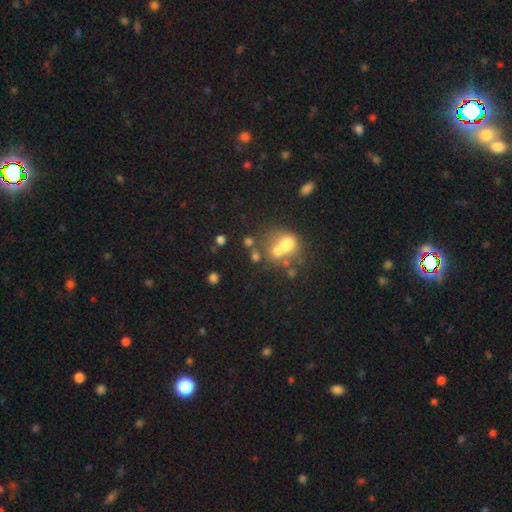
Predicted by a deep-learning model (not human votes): Smooth or featured?
  - smooth: 48% *
  - featured or disk: 31%
  - star or artifact: 21%
Merging?
  - merger: 46% *
  - none: 31%
  - major disturbance: 12%
  - minor disturbance: 11%